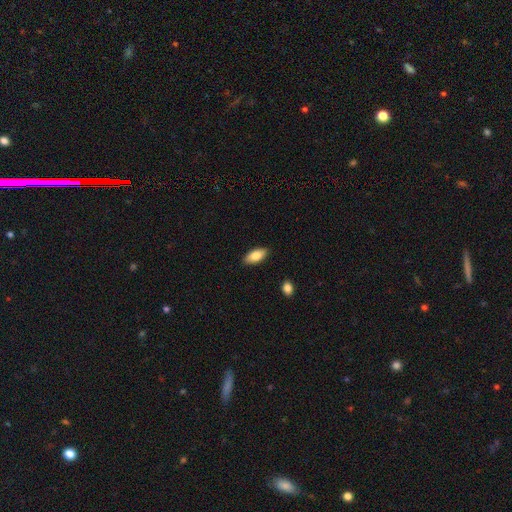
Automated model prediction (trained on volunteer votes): Q: Smooth or featured?
A: smooth (81%); runner-up: featured or disk (13%)
Q: How rounded?
A: in between (88%); runner-up: cigar-shaped (10%)
Q: Merging?
A: none (88%); runner-up: minor disturbance (9%)